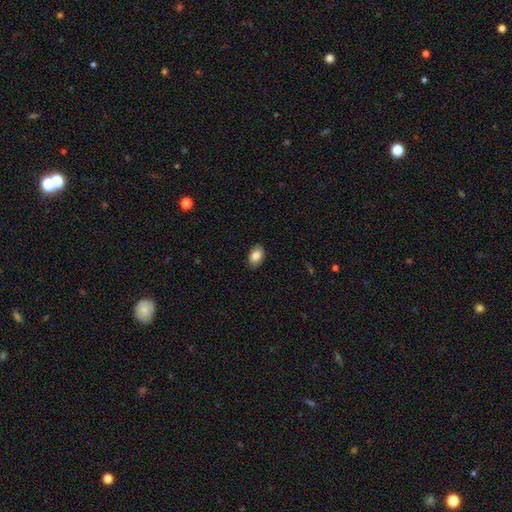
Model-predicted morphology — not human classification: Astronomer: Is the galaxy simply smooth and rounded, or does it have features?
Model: smooth — 85%.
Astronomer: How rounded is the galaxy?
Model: in between — 87%.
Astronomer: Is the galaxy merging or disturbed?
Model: none — 87%.